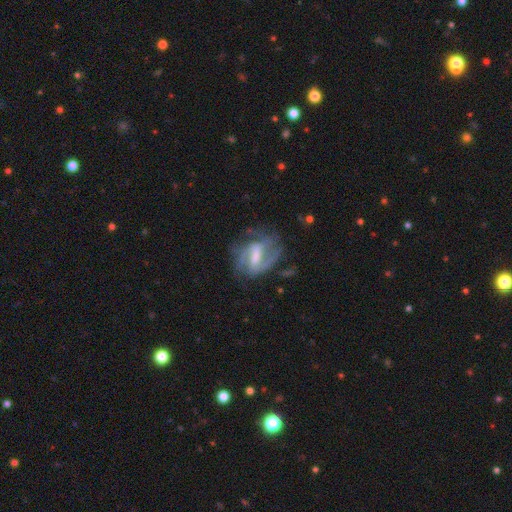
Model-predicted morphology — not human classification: featured or disk 83%, smooth 10%, star or artifact 6%. Down the decision tree: edge-on disk — no (96%); bar — strong (45%); spiral arms — yes (93%); spiral arm count — 2 (50%); spiral winding — medium (49%); bulge size — moderate (44%); merging — none (60%).